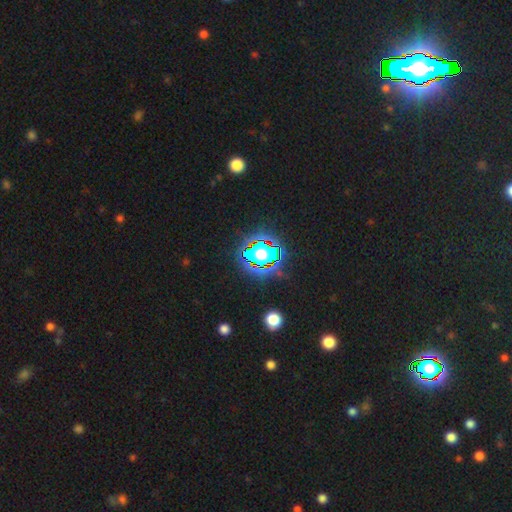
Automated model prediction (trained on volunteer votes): The model was most divided on "smooth or featured": star or artifact: 83%, smooth: 10%, featured or disk: 7%.